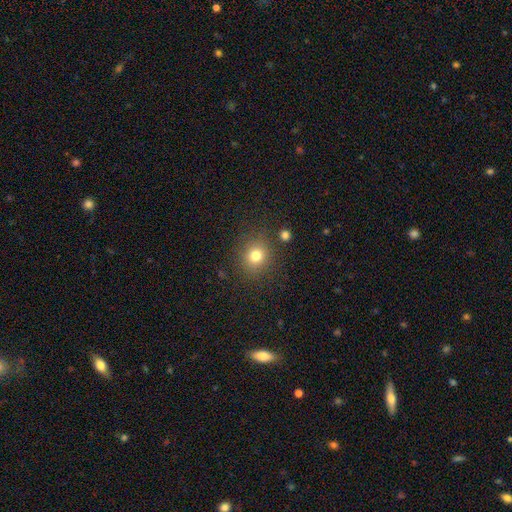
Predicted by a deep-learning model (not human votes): Morphology: type=smooth (78%); roundness=round (84%); merging=none (84%).